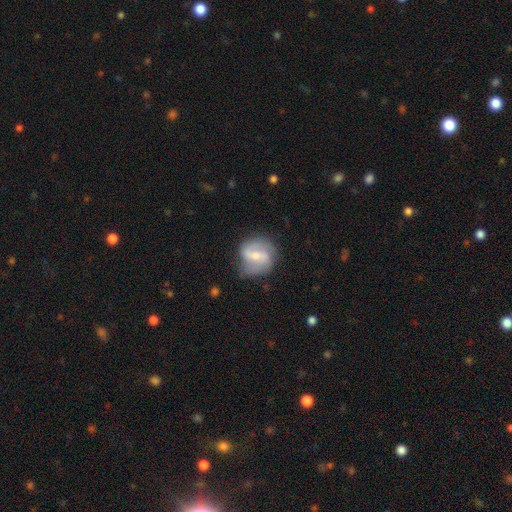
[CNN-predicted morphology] A featured or disk galaxy (64%) with a weak bar (48%), 2 (77%) medium (42%) spiral arms (81%) and a small central bulge (50%).

Vote fractions:
- Smooth or featured? featured or disk: 64% / smooth: 30% / star or artifact: 7%
- Edge-on disk? no: 97% / yes: 3%
- Bar? weak: 48% / strong: 33% / no: 18%
- Spiral arms? yes: 81% / no: 19%
- Spiral winding? medium: 42% / loose: 38% / tight: 20%
- Spiral arm count? 2: 77% / can't tell: 13% / 1: 5% / 3: 3% / 4: 1% / more than 4: 1%
- Bulge size? small: 50% / moderate: 41% / none: 6% / large: 3% / dominant: 1%
- Merging? none: 62% / minor disturbance: 25% / major disturbance: 10% / merger: 2%